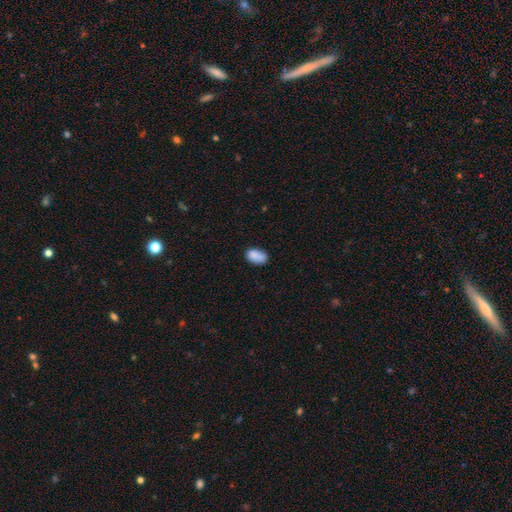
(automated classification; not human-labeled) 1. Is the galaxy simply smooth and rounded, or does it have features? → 85% smooth, 8% star or artifact, 7% featured or disk.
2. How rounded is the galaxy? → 88% in between, 10% round, 2% cigar-shaped.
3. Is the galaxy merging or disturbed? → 66% none, 21% minor disturbance, 8% merger, 5% major disturbance.